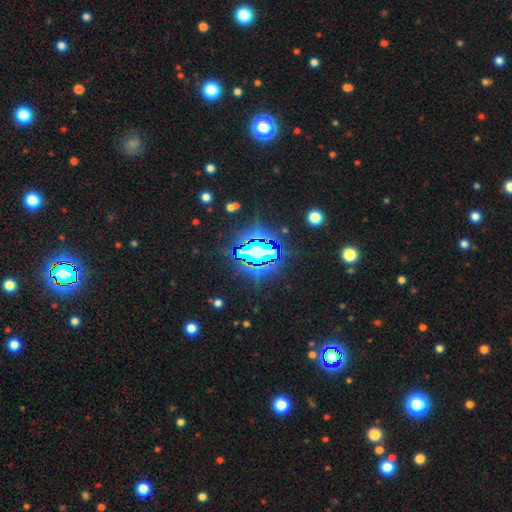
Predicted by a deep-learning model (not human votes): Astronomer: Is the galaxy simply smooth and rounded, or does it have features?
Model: star or artifact — 75%.